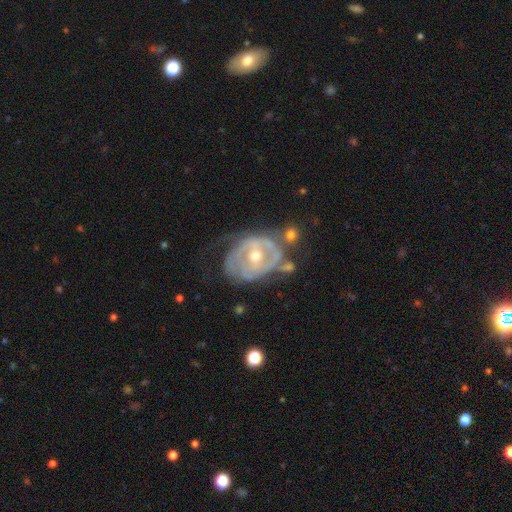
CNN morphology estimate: smooth-or-featured: featured or disk: 82% | smooth: 12% | star or artifact: 6%
  disk-edge-on: no: 96% | yes: 4%
    bar: no: 43% | weak: 38% | strong: 19%
    has-spiral-arms: yes: 72% | no: 28%
      spiral-winding: tight: 59% | medium: 28% | loose: 12%
      spiral-arm-count: can't tell: 40% | 2: 35% | 3: 10% | 1: 9% | 4: 3% | more than 4: 3%
    bulge-size: moderate: 58% | small: 39% | large: 2% | none: 1% | dominant: 1%
  merging: none: 38% | minor disturbance: 28% | major disturbance: 24% | merger: 11%